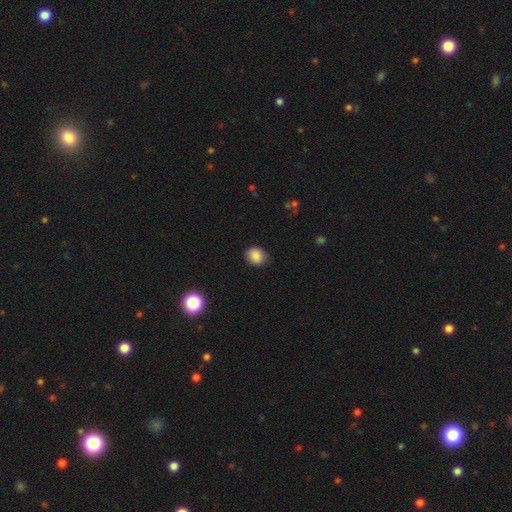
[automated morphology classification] smooth 87%, star or artifact 9%, featured or disk 4%. Down the decision tree: how rounded — round (64%); merging — none (85%).